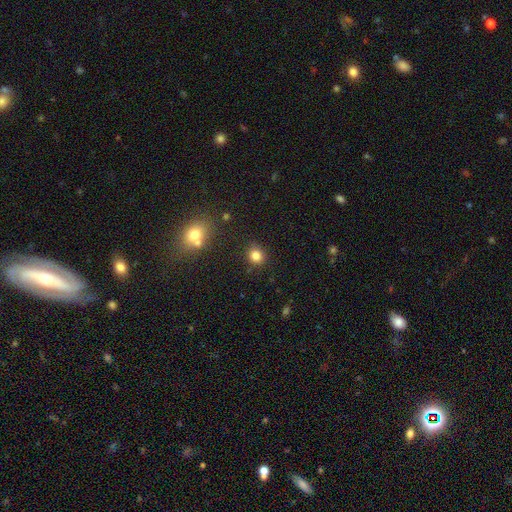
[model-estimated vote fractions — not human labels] A smooth galaxy with no disk features (83%) that is round (80%).

Vote fractions:
- Smooth or featured? smooth: 83% / star or artifact: 12% / featured or disk: 5%
- How rounded? round: 80% / in between: 19% / cigar-shaped: 1%
- Merging? none: 86% / minor disturbance: 9% / merger: 3% / major disturbance: 2%